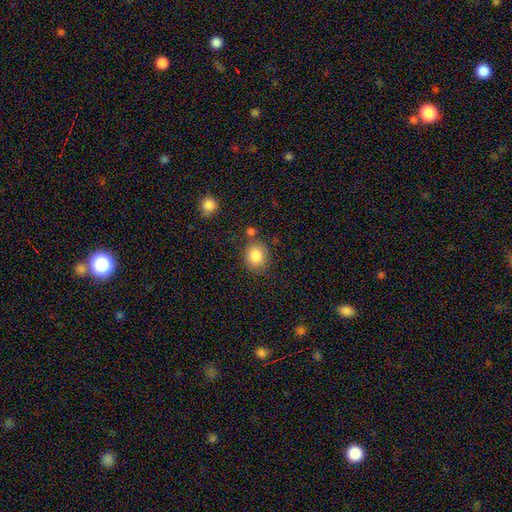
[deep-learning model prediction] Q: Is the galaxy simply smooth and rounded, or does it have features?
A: smooth — 86%.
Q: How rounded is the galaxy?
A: round — 72%.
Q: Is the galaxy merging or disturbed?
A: none — 75%.